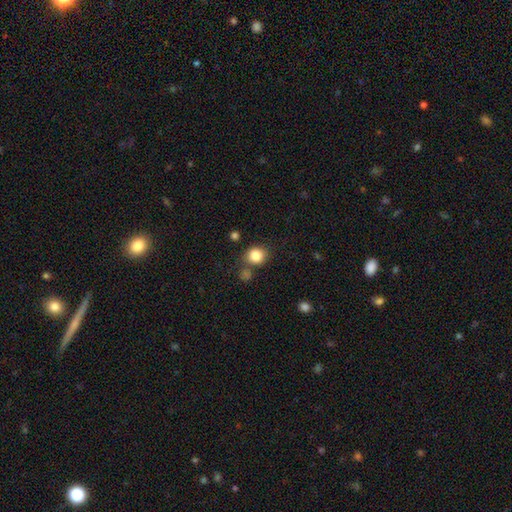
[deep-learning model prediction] Smooth or featured? smooth (85%)
How rounded? round (79%)
Merging? none (74%)